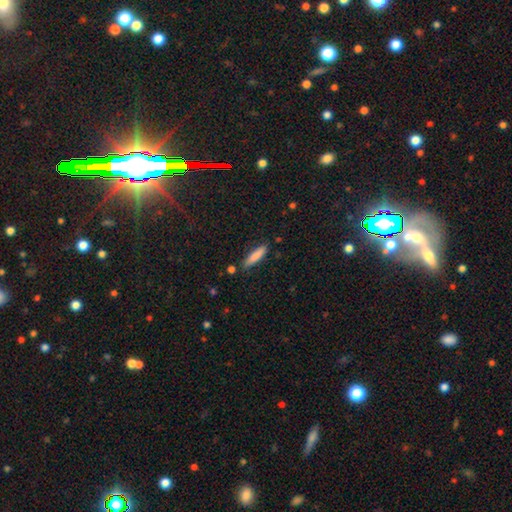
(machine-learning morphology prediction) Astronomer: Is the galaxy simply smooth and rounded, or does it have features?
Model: smooth — 83%.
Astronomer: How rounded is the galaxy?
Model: cigar-shaped — 78%.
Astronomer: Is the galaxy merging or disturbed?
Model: none — 81%.